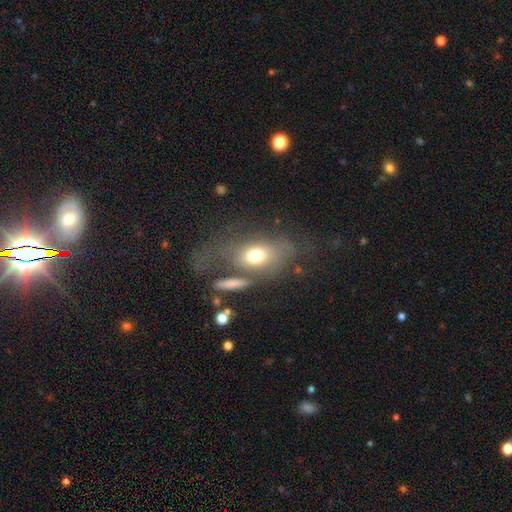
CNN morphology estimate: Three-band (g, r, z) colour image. It shows a smooth galaxy with no disk features (64%) that is in between round and cigar-shaped (75%). Merging: major disturbance (35%).